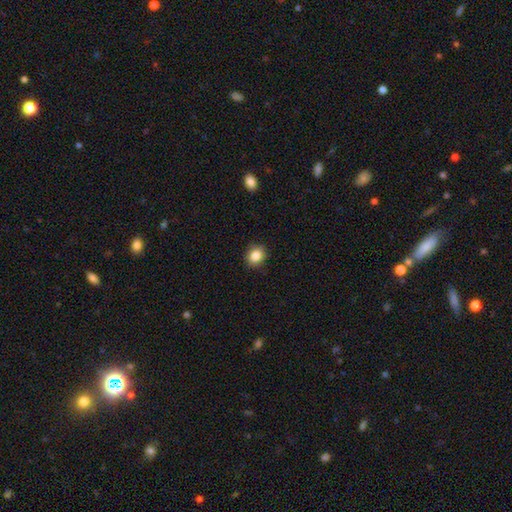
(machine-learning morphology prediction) This appears to be a smooth galaxy with no disk features (86%) that is round (65%). Merging: none (89%).